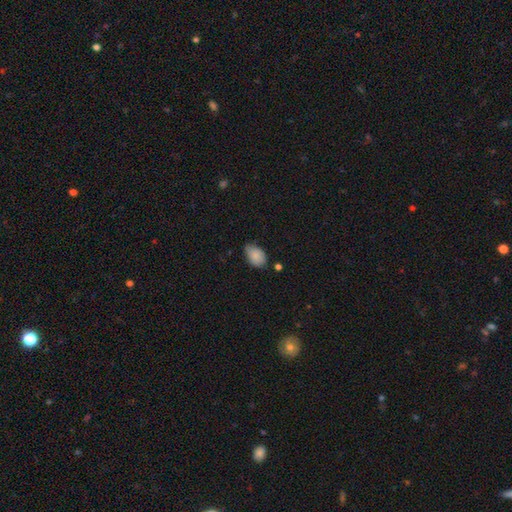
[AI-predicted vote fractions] Smooth or featured? smooth (86%)
How rounded? in between (89%)
Merging? none (63%)